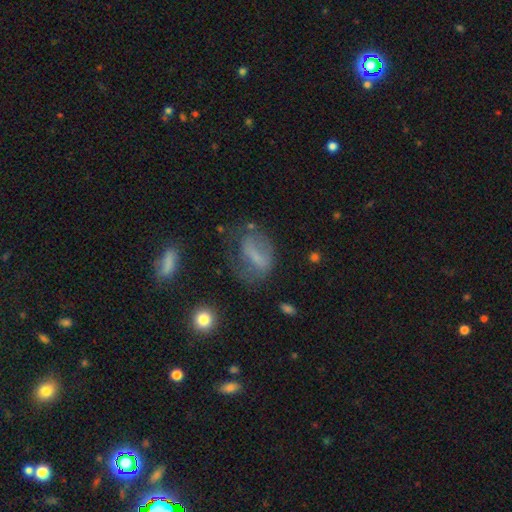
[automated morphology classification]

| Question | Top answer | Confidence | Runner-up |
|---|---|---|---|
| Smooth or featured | smooth | 47% | featured or disk (40%) |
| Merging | none | 42% | major disturbance (30%) |